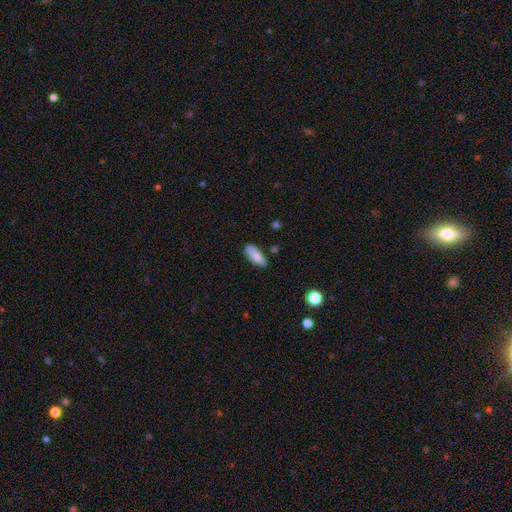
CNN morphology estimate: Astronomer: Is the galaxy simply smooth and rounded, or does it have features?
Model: smooth — 83%.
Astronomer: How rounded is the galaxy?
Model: in between — 65%.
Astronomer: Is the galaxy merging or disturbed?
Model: none — 72%.